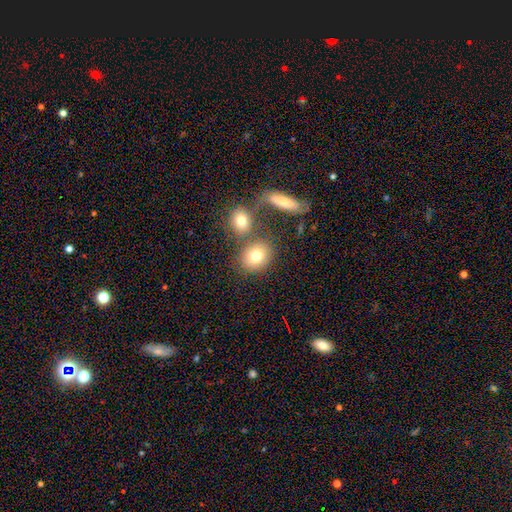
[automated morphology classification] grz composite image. It shows a smooth galaxy with no disk features (78%) that is round (64%). Merging: none (66%).